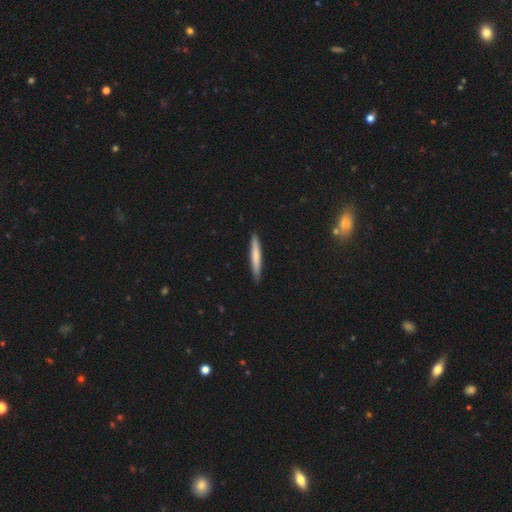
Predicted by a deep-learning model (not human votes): Overall: smooth (71%). How rounded: cigar-shaped (95%). Merging: none (89%).